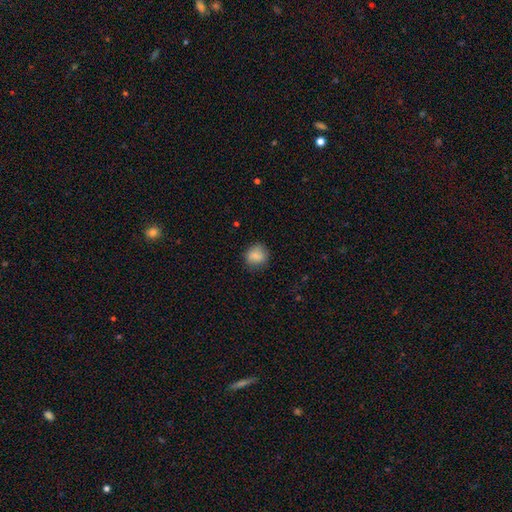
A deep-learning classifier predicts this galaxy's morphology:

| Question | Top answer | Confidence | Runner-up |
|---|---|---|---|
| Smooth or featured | smooth | 84% | star or artifact (9%) |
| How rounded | round | 73% | in between (25%) |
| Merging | none | 76% | minor disturbance (18%) |